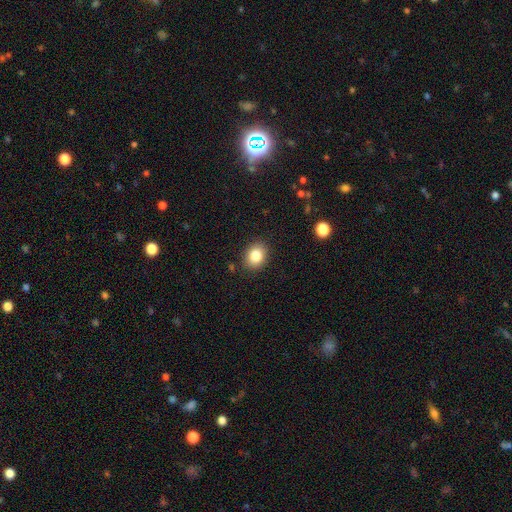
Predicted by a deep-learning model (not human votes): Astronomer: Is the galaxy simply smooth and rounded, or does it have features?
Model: smooth — 84%.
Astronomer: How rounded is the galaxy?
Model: round — 51% (runner-up: in between, 48%).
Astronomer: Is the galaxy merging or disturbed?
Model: none — 88%.